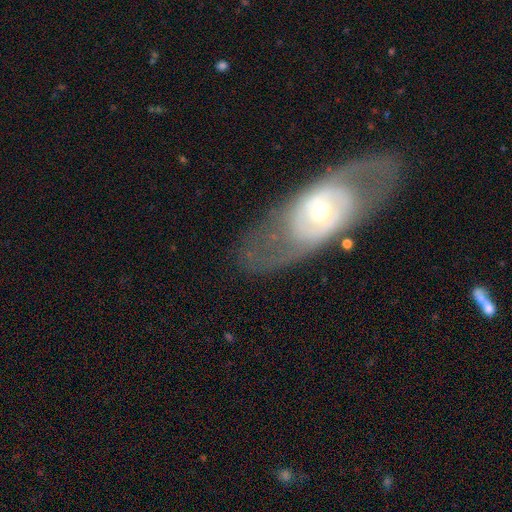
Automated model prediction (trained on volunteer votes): This is likely a featured or disk galaxy (72%). It is clearly not viewed edge-on (88%). Bar: likely no (69%). Spiral arm pattern: possibly yes (56%). Central bulge: possibly moderate (47%). Merging: likely none (69%).